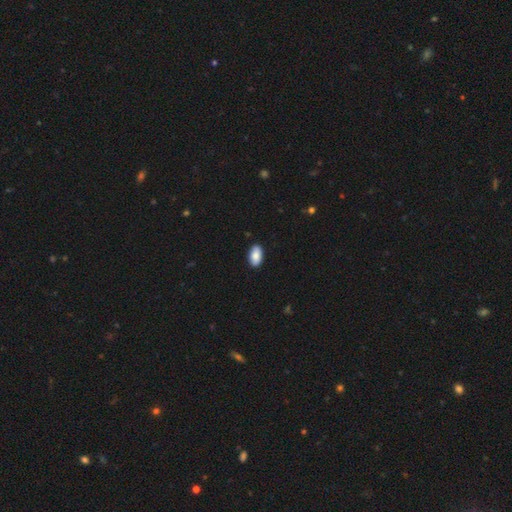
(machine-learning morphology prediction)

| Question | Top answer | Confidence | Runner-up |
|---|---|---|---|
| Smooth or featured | smooth | 87% | featured or disk (7%) |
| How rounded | in between | 95% | round (3%) |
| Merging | none | 90% | minor disturbance (8%) |